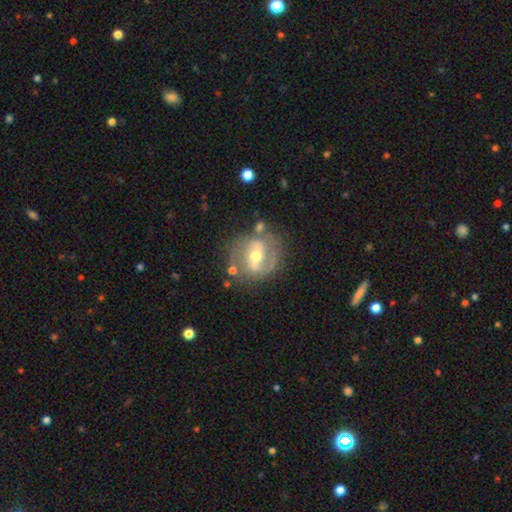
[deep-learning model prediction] A featured or disk galaxy (81%) with a weak bar (41%), 2 (81%) medium (50%) spiral arms (86%) and a moderate central bulge (66%). Merging: none (71%).